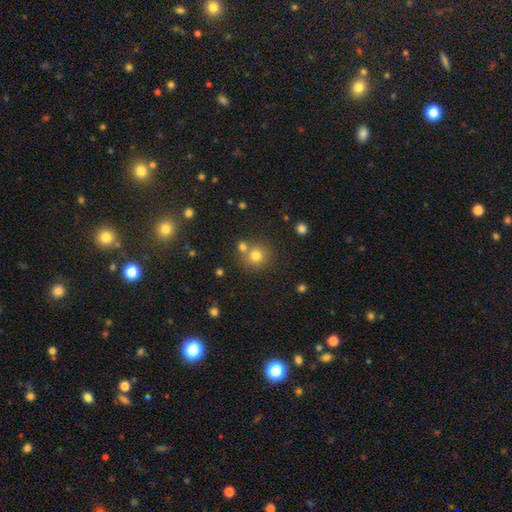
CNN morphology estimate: Smooth or featured? Predicted: smooth (p=0.76). How rounded? Predicted: round (p=0.89). Merging? Predicted: none (p=0.64).